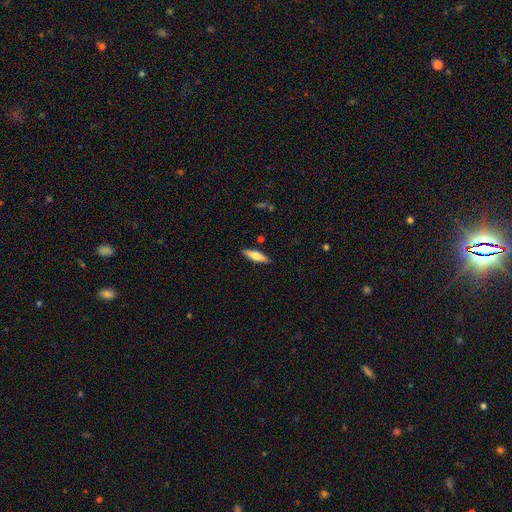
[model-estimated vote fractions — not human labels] Morphology: type=smooth (67%); roundness=cigar-shaped (62%); merging=none (88%).